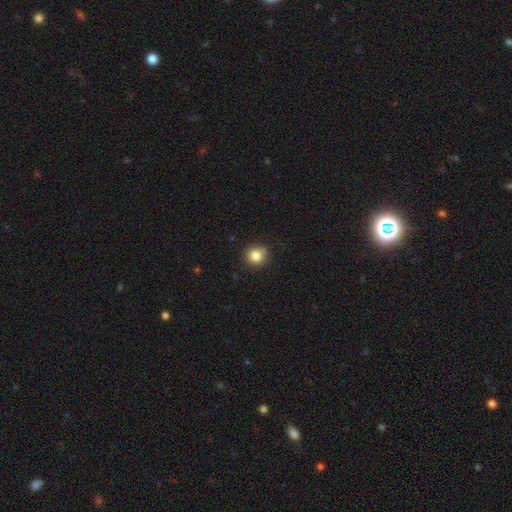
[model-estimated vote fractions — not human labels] This is clearly a smooth galaxy (83%). How rounded: clearly round (87%). Merging: clearly none (81%).